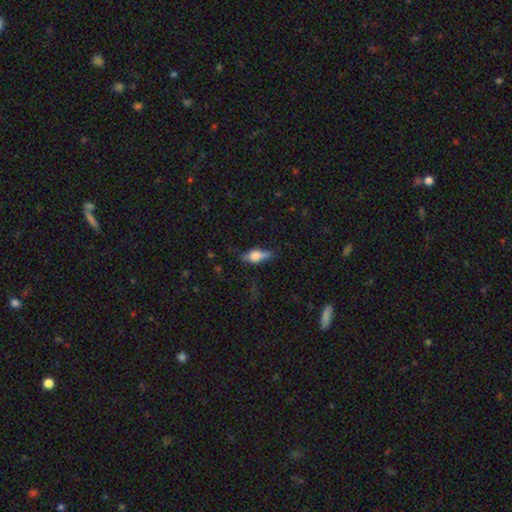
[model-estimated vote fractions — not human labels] The model was most divided on "smooth or featured": featured or disk: 47%, smooth: 44%, star or artifact: 9%. More confident: merging — none (66%).